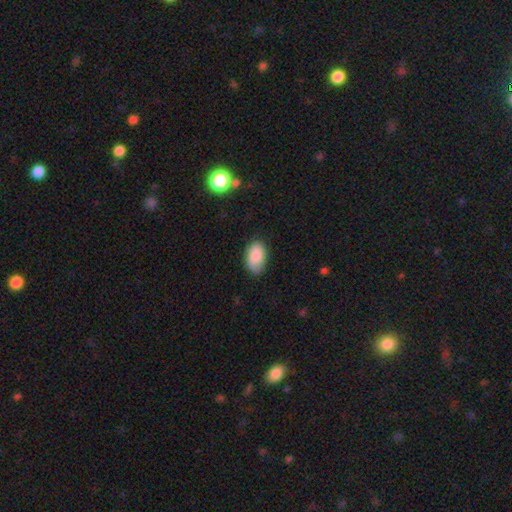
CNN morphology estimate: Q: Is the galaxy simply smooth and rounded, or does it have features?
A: smooth — 87%.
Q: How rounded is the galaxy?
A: in between — 93%.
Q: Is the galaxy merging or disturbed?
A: none — 77%.